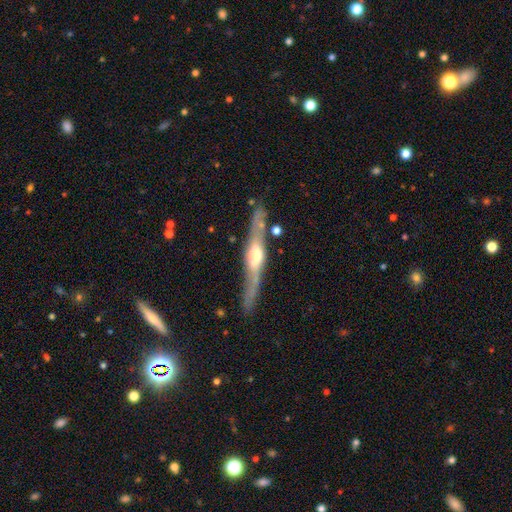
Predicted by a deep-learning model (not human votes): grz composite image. It shows a featured or disk galaxy (75%) viewed edge-on (93%) with a rounded central bulge (81%). Merging: none (77%).